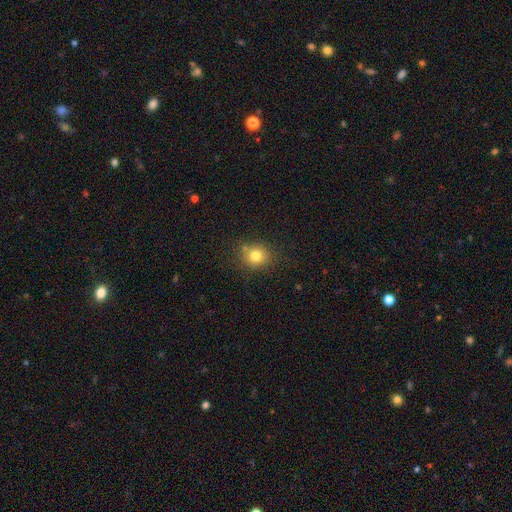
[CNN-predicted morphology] Smooth or featured? Predicted: smooth (p=0.78). How rounded? Predicted: round (p=0.83). Merging? Predicted: none (p=0.78).